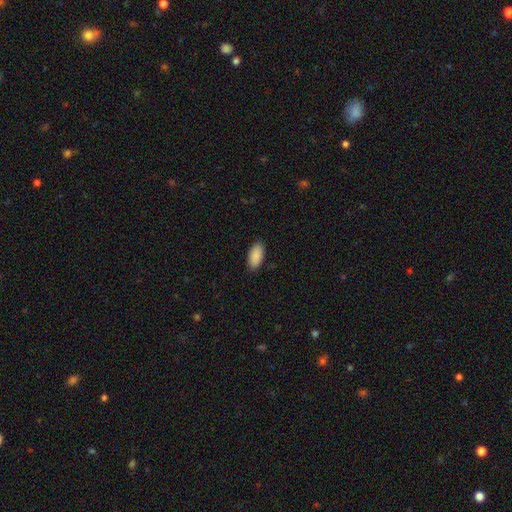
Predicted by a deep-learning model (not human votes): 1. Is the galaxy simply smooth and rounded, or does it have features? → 91% smooth, 6% star or artifact, 3% featured or disk.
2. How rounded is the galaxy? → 93% in between, 5% cigar-shaped, 2% round.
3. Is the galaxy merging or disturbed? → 89% none, 8% minor disturbance, 2% major disturbance, 1% merger.